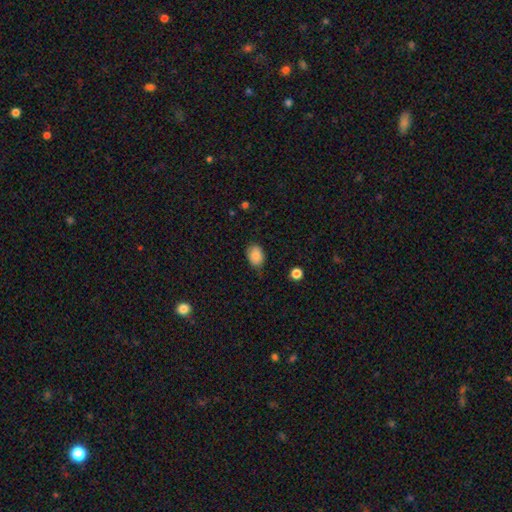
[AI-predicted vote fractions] Overall: smooth (85%). How rounded: in between (69%; round 30%). Merging: none (70%).